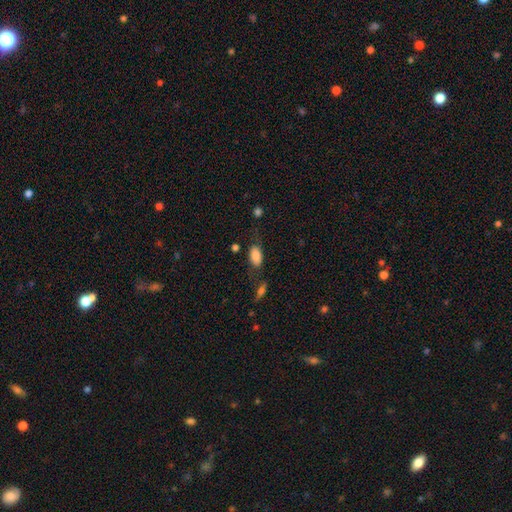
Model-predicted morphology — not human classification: Smooth or featured: smooth — 83% (featured or disk — 9%)
How rounded: in between — 91% (cigar-shaped — 4%)
Merging: none — 63% (minor disturbance — 22%)